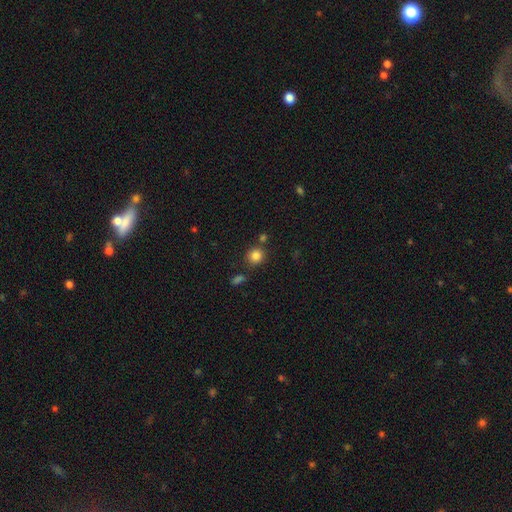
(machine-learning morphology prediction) Smooth or featured?
  - smooth: 83% *
  - star or artifact: 11%
  - featured or disk: 5%
How rounded?
  - round: 86% *
  - in between: 13%
  - cigar-shaped: 1%
Merging?
  - none: 78% *
  - minor disturbance: 10%
  - merger: 9%
  - major disturbance: 3%